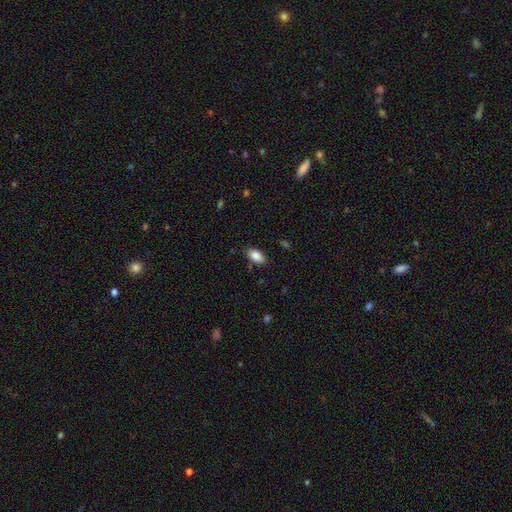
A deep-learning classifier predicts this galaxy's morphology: Smooth or featured: smooth — 87% (star or artifact — 8%)
How rounded: in between — 91% (cigar-shaped — 5%)
Merging: none — 84% (minor disturbance — 12%)